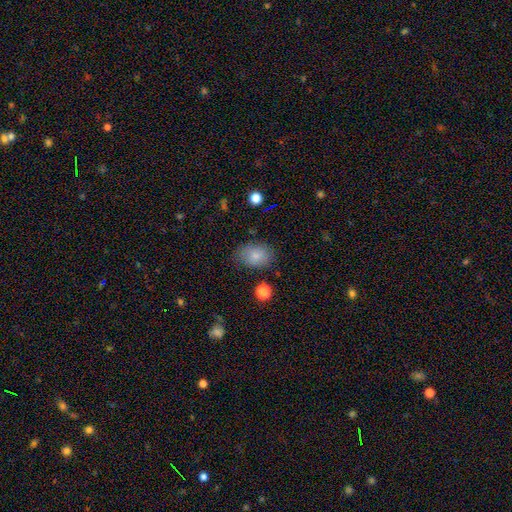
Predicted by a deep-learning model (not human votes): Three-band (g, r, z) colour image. It shows a smooth galaxy with no disk features (82%) that is in between round and cigar-shaped (81%). Merging: none (76%).